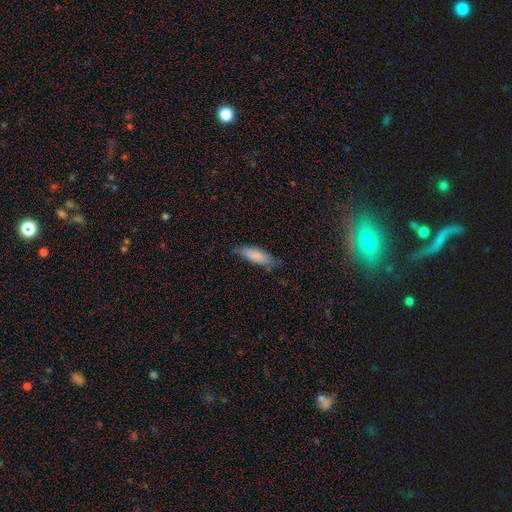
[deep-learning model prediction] Smooth or featured? smooth (85%)
How rounded? in between (58%)
Merging? none (75%)